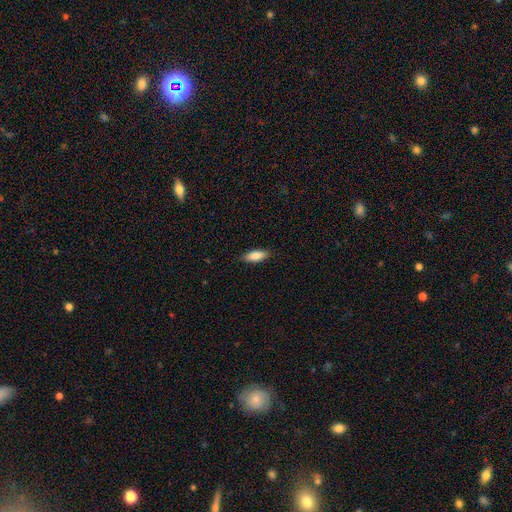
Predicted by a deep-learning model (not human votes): A smooth galaxy with no disk features (86%) that is in between round and cigar-shaped (73%).

Vote fractions:
- Smooth or featured? smooth: 86% / featured or disk: 8% / star or artifact: 6%
- How rounded? in between: 73% / cigar-shaped: 26% / round: 2%
- Merging? none: 87% / minor disturbance: 10% / major disturbance: 2% / merger: 1%